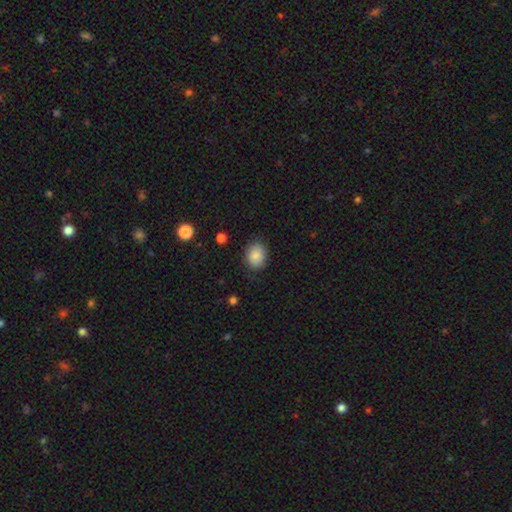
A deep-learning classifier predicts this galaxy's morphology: The model was most divided on "how rounded": in between: 53%, round: 46%, cigar-shaped: 1%. More confident: smooth or featured — smooth (86%); merging — none (83%).